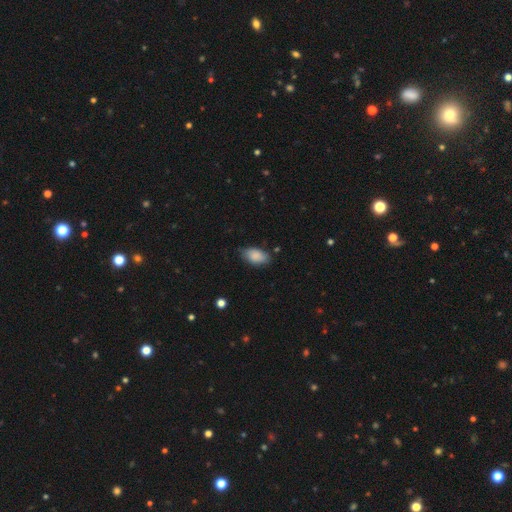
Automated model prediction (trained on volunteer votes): A smooth galaxy with no disk features (88%) that is in between round and cigar-shaped (93%).

Vote fractions:
- Smooth or featured? smooth: 88% / star or artifact: 7% / featured or disk: 6%
- How rounded? in between: 93% / round: 5% / cigar-shaped: 2%
- Merging? none: 76% / minor disturbance: 19% / major disturbance: 4% / merger: 2%